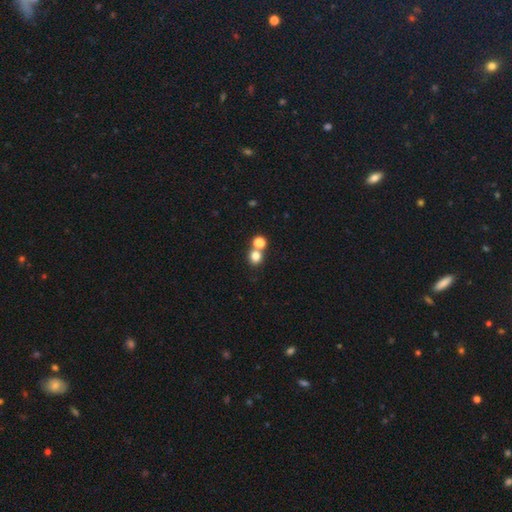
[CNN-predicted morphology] The model was most divided on "merging": none: 55%, merger: 36%, minor disturbance: 6%, major disturbance: 3%. More confident: how rounded — round (83%); smooth or featured — smooth (78%).